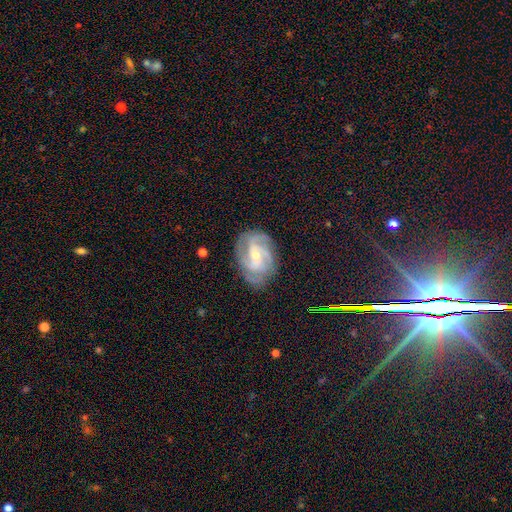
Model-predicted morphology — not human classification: A featured or disk galaxy (86%) with no bar (48%), 3 (40%) tight (45%) spiral arms (97%) and a small central bulge (62%).

Vote fractions:
- Smooth or featured? featured or disk: 86% / smooth: 8% / star or artifact: 5%
- Edge-on disk? no: 98% / yes: 2%
- Bar? no: 48% / weak: 41% / strong: 11%
- Spiral arms? yes: 97% / no: 3%
- Spiral winding? tight: 45% / medium: 44% / loose: 11%
- Spiral arm count? 3: 40% / 4: 19% / can't tell: 15% / 2: 15% / more than 4: 5% / 1: 5%
- Bulge size? small: 62% / moderate: 34% / large: 1% / none: 1% / dominant: 1%
- Merging? none: 76% / minor disturbance: 16% / major disturbance: 6% / merger: 1%